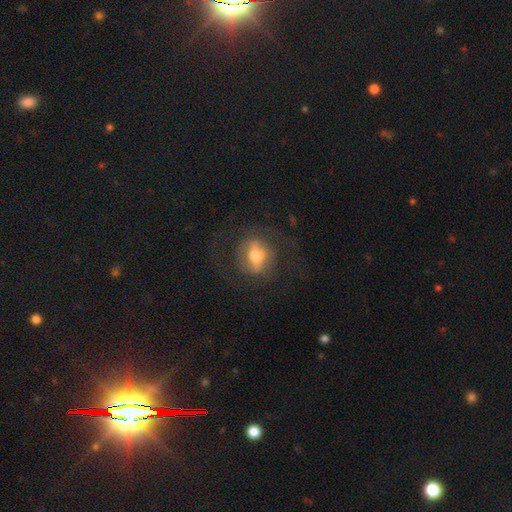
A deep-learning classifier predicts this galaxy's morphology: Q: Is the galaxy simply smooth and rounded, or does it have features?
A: featured or disk — 63%.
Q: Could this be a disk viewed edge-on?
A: no — 86%.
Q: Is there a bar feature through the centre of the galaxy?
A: strong — 49%.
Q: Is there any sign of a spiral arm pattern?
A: yes — 60%.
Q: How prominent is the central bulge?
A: moderate — 60%.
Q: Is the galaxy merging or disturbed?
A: none — 69%.